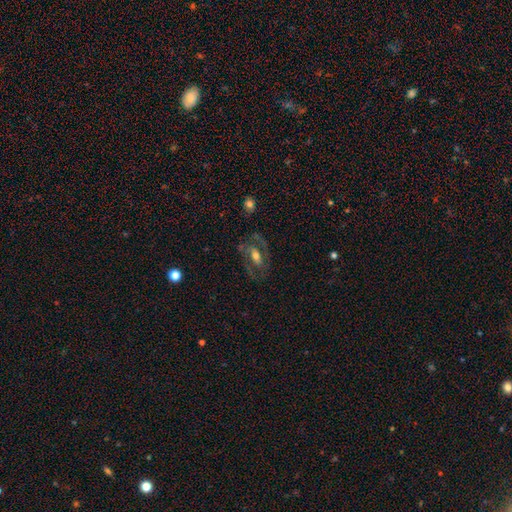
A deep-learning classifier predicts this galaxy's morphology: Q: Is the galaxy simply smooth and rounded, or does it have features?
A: featured or disk — 71%.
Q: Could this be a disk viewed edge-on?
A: no — 93%.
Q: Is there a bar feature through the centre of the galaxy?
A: no — 39%.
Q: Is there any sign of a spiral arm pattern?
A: yes — 78%.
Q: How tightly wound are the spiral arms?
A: medium — 48%.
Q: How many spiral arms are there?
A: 2 — 79%.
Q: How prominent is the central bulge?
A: moderate — 61%.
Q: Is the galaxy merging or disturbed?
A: none — 69%.